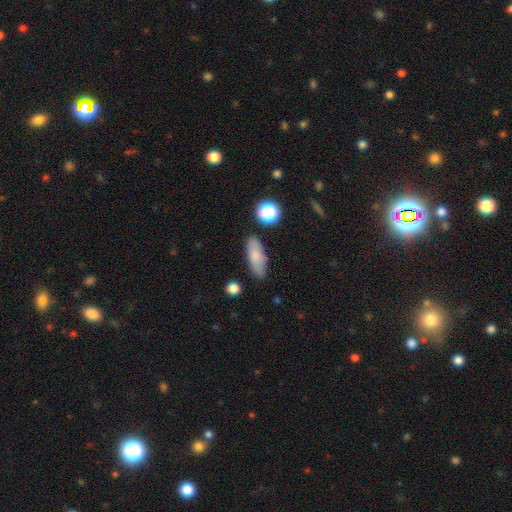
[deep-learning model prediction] Smooth or featured: smooth — 79% (featured or disk — 13%)
How rounded: in between — 73% (cigar-shaped — 23%)
Merging: none — 80% (minor disturbance — 14%)